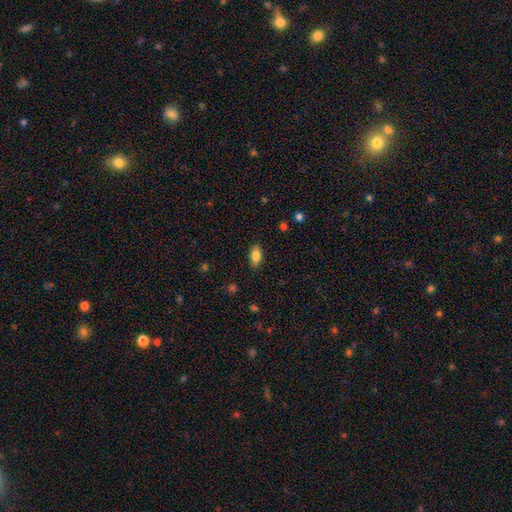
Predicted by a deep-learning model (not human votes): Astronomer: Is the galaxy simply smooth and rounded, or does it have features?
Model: smooth — 82%.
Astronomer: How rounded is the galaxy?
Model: in between — 89%.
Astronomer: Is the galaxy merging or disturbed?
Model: none — 87%.